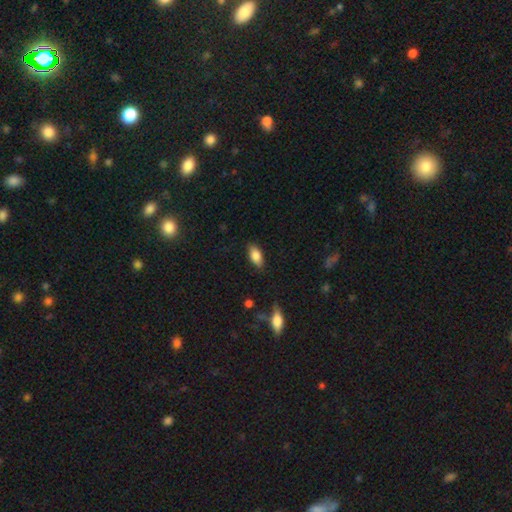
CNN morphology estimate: Overall: smooth (83%). How rounded: in between (88%). Merging: none (83%).